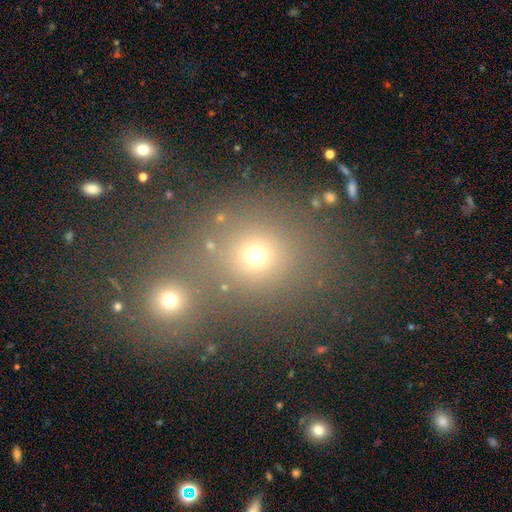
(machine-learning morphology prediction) Q: Smooth or featured?
A: smooth (62%); runner-up: star or artifact (29%)
Q: How rounded?
A: round (80%); runner-up: in between (18%)
Q: Merging?
A: none (57%); runner-up: merger (31%)